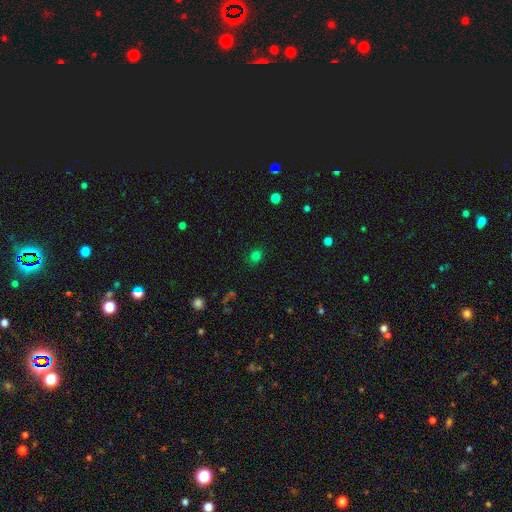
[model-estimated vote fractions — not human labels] A smooth galaxy with no disk features (78%) that is round (73%).

Vote fractions:
- Smooth or featured? smooth: 78% / star or artifact: 18% / featured or disk: 5%
- How rounded? round: 73% / in between: 26% / cigar-shaped: 1%
- Merging? none: 88% / minor disturbance: 8% / major disturbance: 3% / merger: 1%